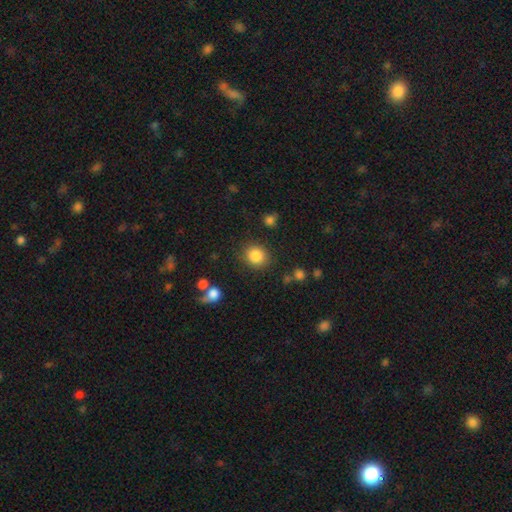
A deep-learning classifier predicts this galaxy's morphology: This appears to be a smooth galaxy with no disk features (85%) that is round (82%). Merging: none (84%).